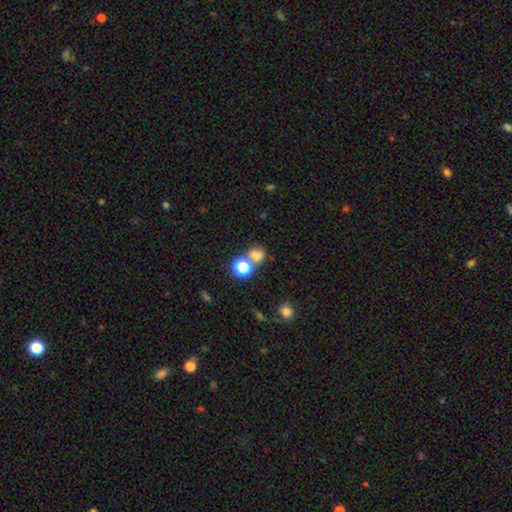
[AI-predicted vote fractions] Q: Smooth or featured?
A: smooth (69%); runner-up: star or artifact (23%)
Q: How rounded?
A: round (70%); runner-up: in between (29%)
Q: Merging?
A: none (53%); runner-up: merger (31%)